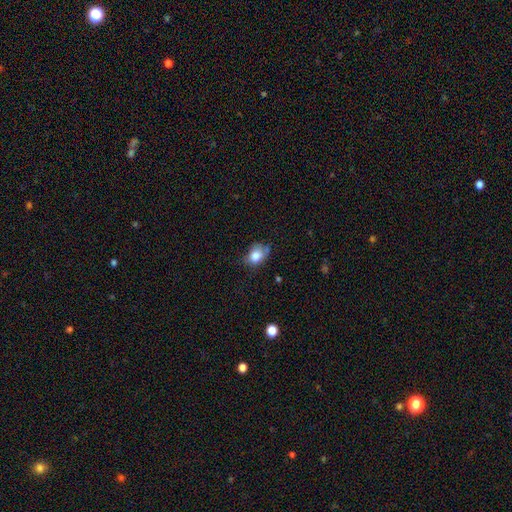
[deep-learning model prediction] Smooth or featured?
  - smooth: 80% *
  - featured or disk: 11%
  - star or artifact: 9%
How rounded?
  - in between: 63% *
  - round: 36%
  - cigar-shaped: 1%
Merging?
  - none: 50% *
  - minor disturbance: 35%
  - major disturbance: 11%
  - merger: 4%